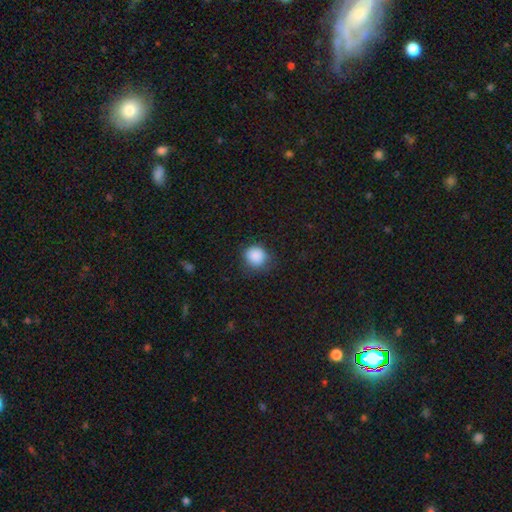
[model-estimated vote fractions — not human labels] The model was most divided on "merging": none: 74%, minor disturbance: 19%, major disturbance: 6%, merger: 1%. More confident: smooth or featured — smooth (87%); how rounded — round (86%).